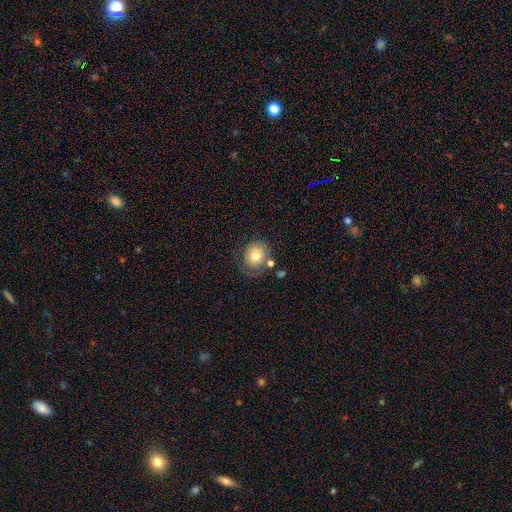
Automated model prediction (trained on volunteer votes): A smooth galaxy with no disk features (69%) that is round (76%).

Vote fractions:
- Smooth or featured? smooth: 69% / featured or disk: 23% / star or artifact: 9%
- How rounded? round: 76% / in between: 23% / cigar-shaped: 1%
- Merging? none: 54% / minor disturbance: 22% / major disturbance: 14% / merger: 10%